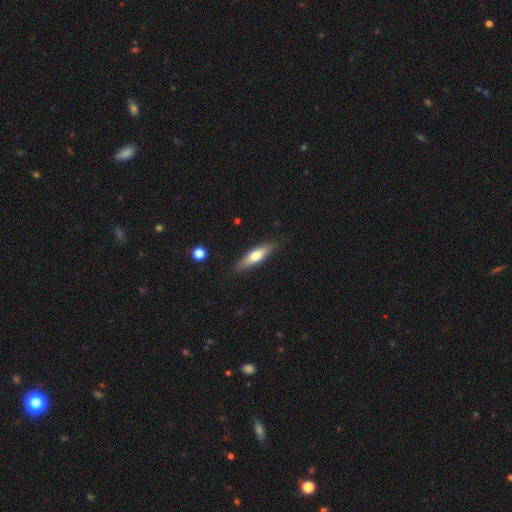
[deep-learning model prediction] A smooth galaxy with no disk features (58%) that is cigar-shaped (66%).

Vote fractions:
- Smooth or featured? smooth: 58% / featured or disk: 36% / star or artifact: 6%
- How rounded? cigar-shaped: 66% / in between: 32% / round: 2%
- Merging? none: 86% / minor disturbance: 11% / major disturbance: 2% / merger: 1%